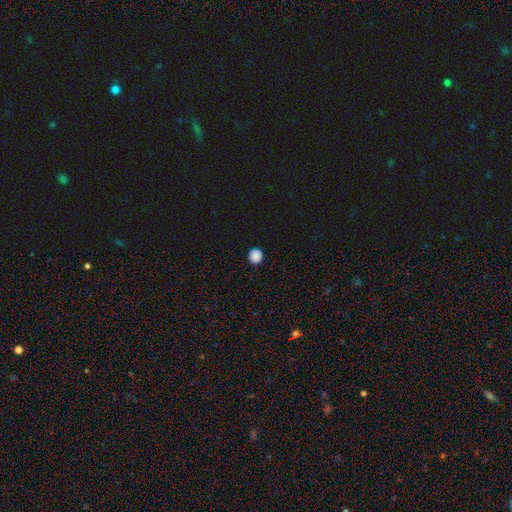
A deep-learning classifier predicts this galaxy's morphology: Smooth or featured? smooth (87%)
How rounded? round (94%)
Merging? none (92%)